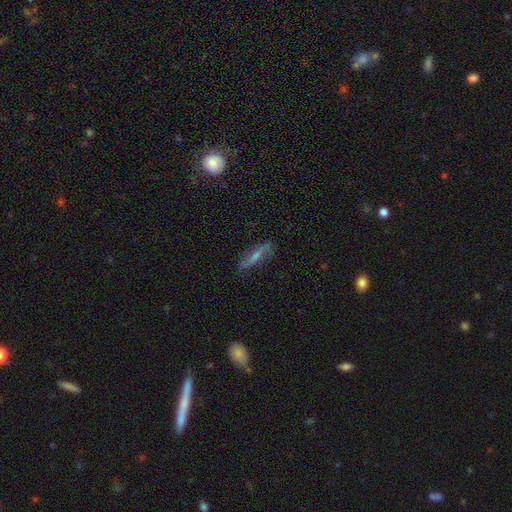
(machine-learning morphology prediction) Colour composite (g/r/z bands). It shows a featured or disk galaxy (58%). Merging: none (74%).